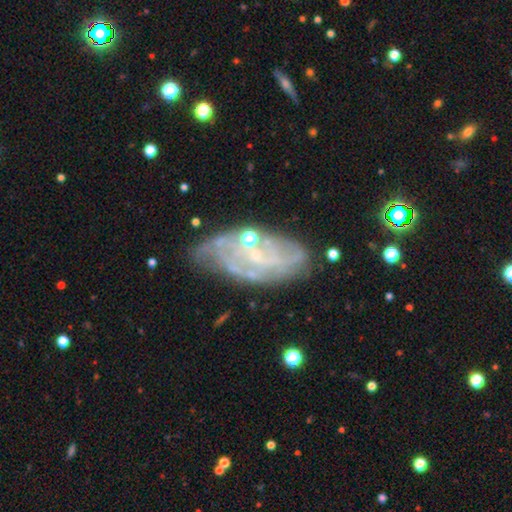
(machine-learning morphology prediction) This appears to be a featured or disk galaxy (73%) with no bar (63%), tight (55%) spiral arms (76%) and a small central bulge (68%). Merging: none (64%).